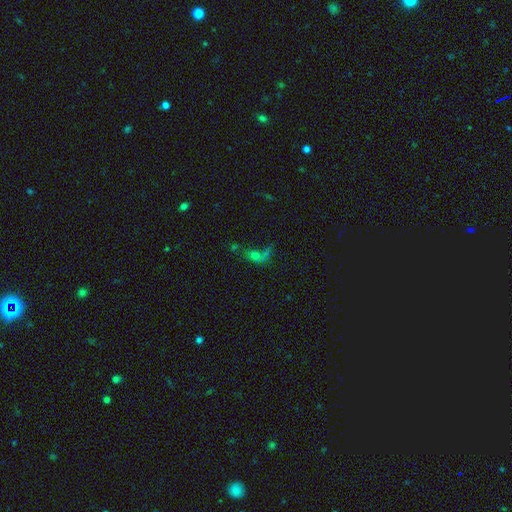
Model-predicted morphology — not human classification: Q: Smooth or featured?
A: smooth (43%); runner-up: featured or disk (31%)
Q: Merging?
A: merger (31%); runner-up: major disturbance (30%)